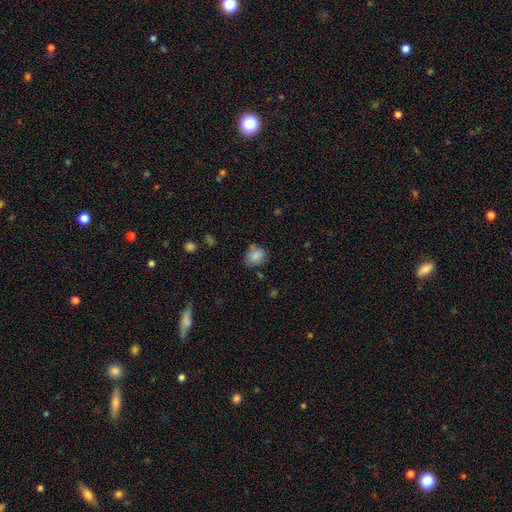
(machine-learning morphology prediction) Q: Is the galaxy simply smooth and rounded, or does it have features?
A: smooth — 85%.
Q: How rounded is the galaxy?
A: round — 59%.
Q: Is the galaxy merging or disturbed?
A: none — 71%.